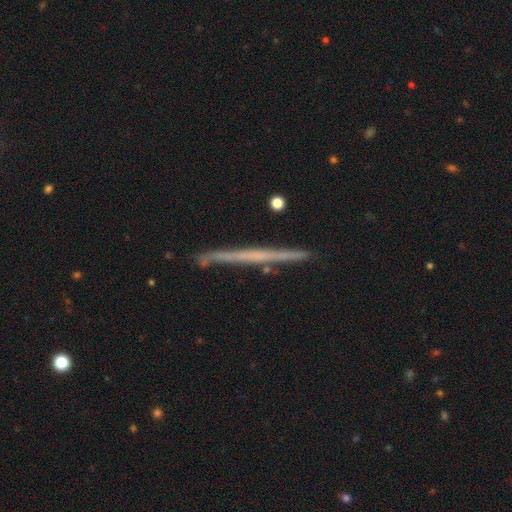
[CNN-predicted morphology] This appears to be a featured or disk galaxy (64%) viewed edge-on (97%) with no central bulge (85%). Merging: none (89%).